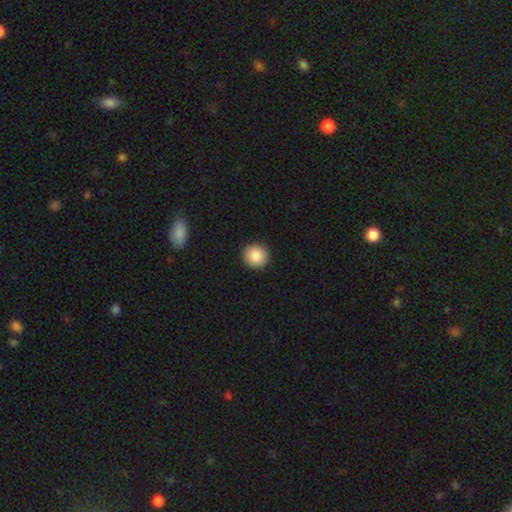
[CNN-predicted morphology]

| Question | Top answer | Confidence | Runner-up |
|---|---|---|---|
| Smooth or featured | smooth | 88% | star or artifact (8%) |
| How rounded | round | 94% | in between (5%) |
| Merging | none | 92% | minor disturbance (5%) |